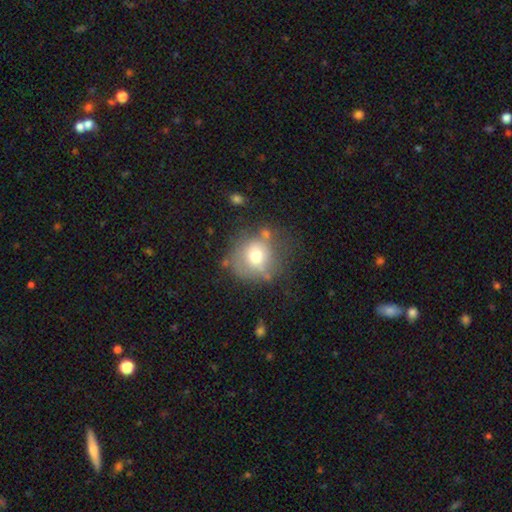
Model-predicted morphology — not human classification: Smooth or featured? smooth (67%)
How rounded? round (85%)
Merging? none (58%)